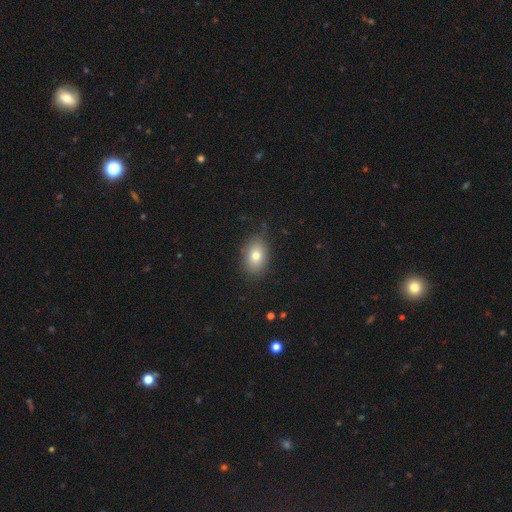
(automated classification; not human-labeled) A smooth galaxy with no disk features (78%) that is in between round and cigar-shaped (81%).

Vote fractions:
- Smooth or featured? smooth: 78% / featured or disk: 12% / star or artifact: 9%
- How rounded? in between: 81% / round: 17% / cigar-shaped: 1%
- Merging? none: 83% / minor disturbance: 13% / major disturbance: 3% / merger: 1%